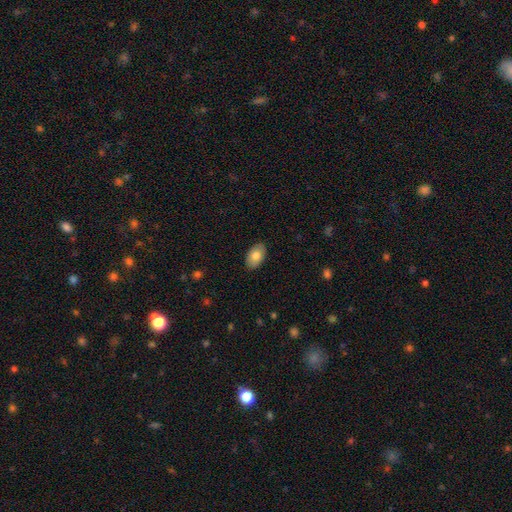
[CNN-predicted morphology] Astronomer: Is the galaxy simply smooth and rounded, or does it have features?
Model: smooth — 78%.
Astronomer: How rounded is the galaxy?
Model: in between — 92%.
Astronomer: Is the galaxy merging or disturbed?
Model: none — 88%.